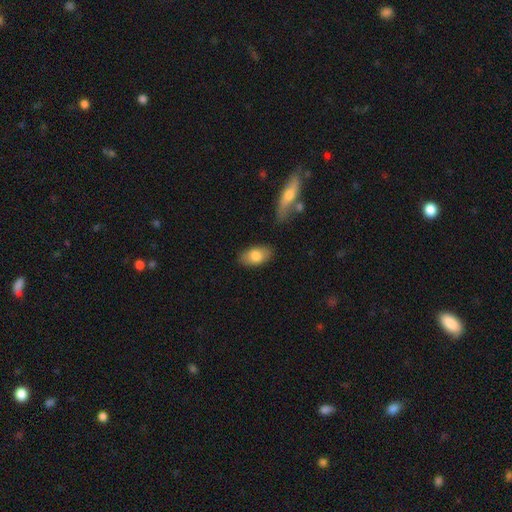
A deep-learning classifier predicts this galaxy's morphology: Overall: smooth (79%). How rounded: in between (92%). Merging: none (83%).